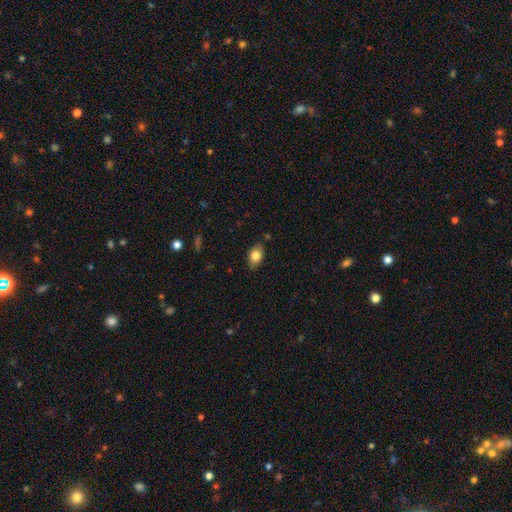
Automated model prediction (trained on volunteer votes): Smooth or featured?
  - smooth: 80% *
  - featured or disk: 12%
  - star or artifact: 8%
How rounded?
  - in between: 88% *
  - round: 10%
  - cigar-shaped: 2%
Merging?
  - none: 81% *
  - minor disturbance: 15%
  - major disturbance: 3%
  - merger: 2%